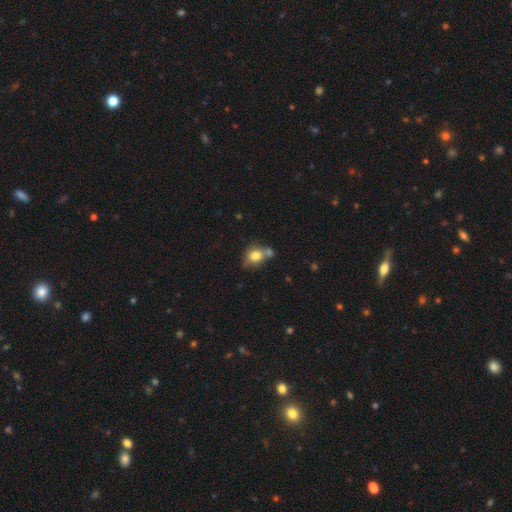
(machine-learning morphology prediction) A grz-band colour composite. It shows a smooth galaxy with no disk features (77%) that is round (64%). Merging: none (45%).